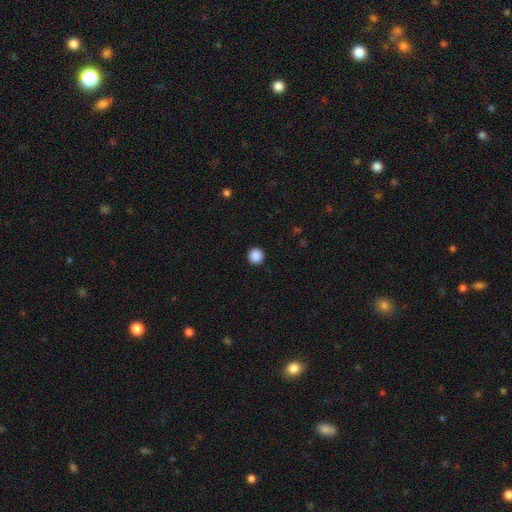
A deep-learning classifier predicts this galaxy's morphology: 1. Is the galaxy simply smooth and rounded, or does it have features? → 89% smooth, 9% star or artifact, 2% featured or disk.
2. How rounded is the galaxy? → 96% round, 3% in between, 1% cigar-shaped.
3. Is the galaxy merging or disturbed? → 93% none, 4% minor disturbance, 2% major disturbance, 1% merger.